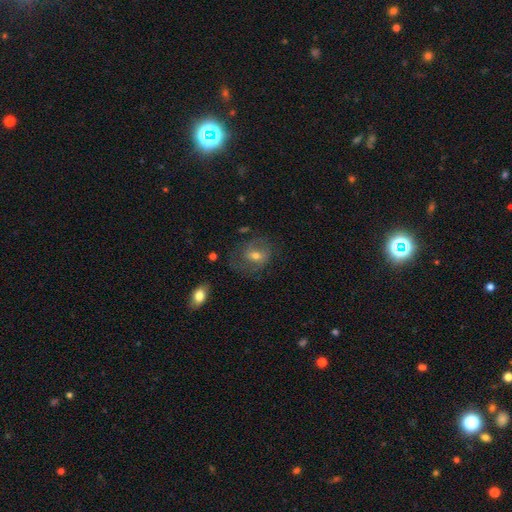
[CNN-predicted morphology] featured or disk 50%, smooth 39%, star or artifact 11%. Down the decision tree: merging — none (59%).